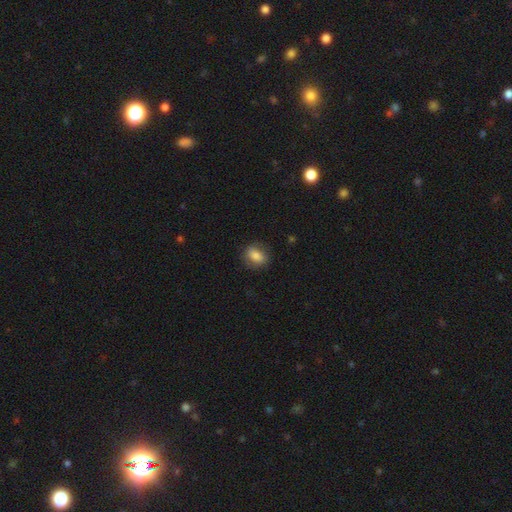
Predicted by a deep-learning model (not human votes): Morphology: type=smooth (82%); roundness=in between (67%); merging=none (80%).